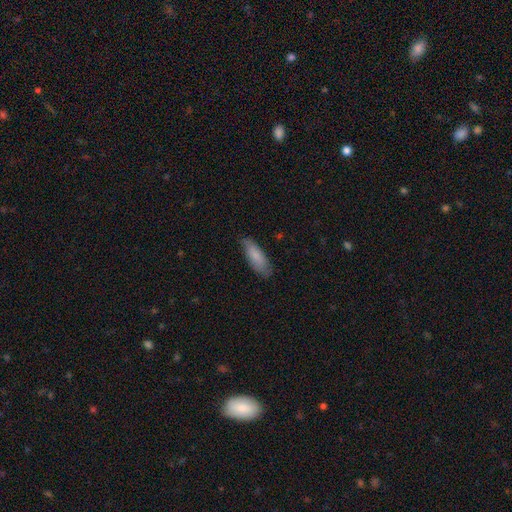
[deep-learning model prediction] Q: Smooth or featured?
A: smooth (82%); runner-up: featured or disk (13%)
Q: How rounded?
A: in between (63%); runner-up: cigar-shaped (35%)
Q: Merging?
A: none (74%); runner-up: minor disturbance (21%)